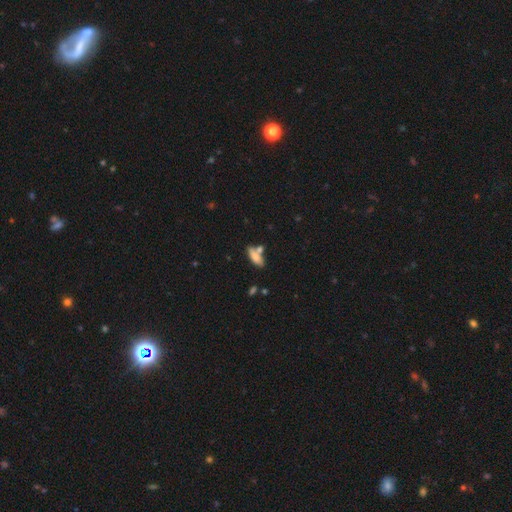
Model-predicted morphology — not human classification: The model was most divided on "merging": none: 51%, merger: 29%, minor disturbance: 15%, major disturbance: 5%. More confident: smooth or featured — smooth (73%); how rounded — in between (63%).